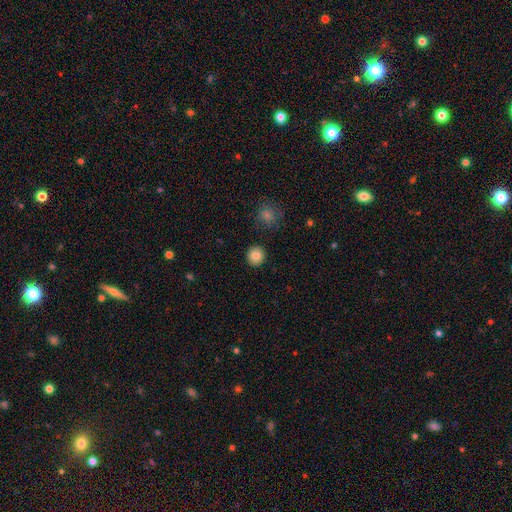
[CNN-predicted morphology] Smooth or featured? smooth (85%)
How rounded? round (92%)
Merging? none (92%)